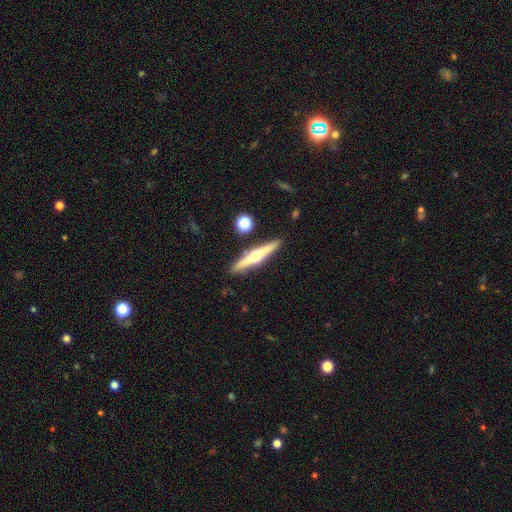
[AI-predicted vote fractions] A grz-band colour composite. It shows a featured or disk galaxy (67%) viewed edge-on (97%) with a rounded central bulge (94%). Merging: none (88%).